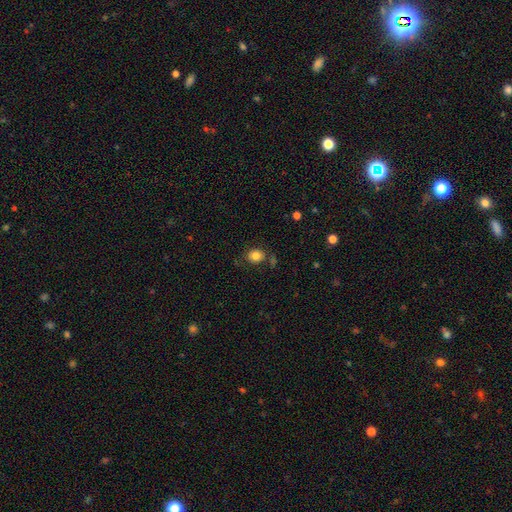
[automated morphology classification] smooth_or_featured: smooth (p=0.82) [alt: star or artifact p=0.11]
how_rounded: round (p=0.70) [alt: in between p=0.30]
merging: none (p=0.74) [alt: minor disturbance p=0.15]